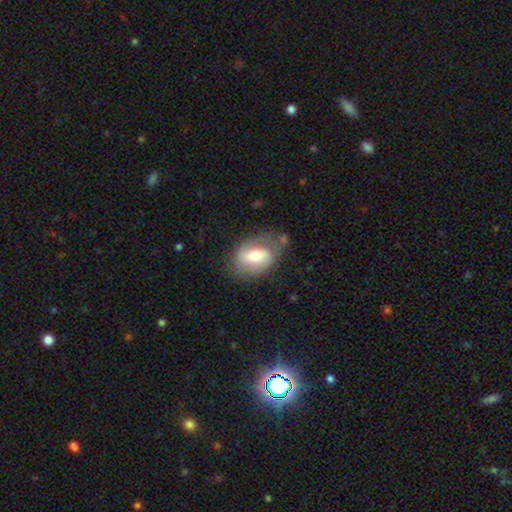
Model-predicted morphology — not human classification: Smooth or featured? smooth (48%)
Merging? none (58%)